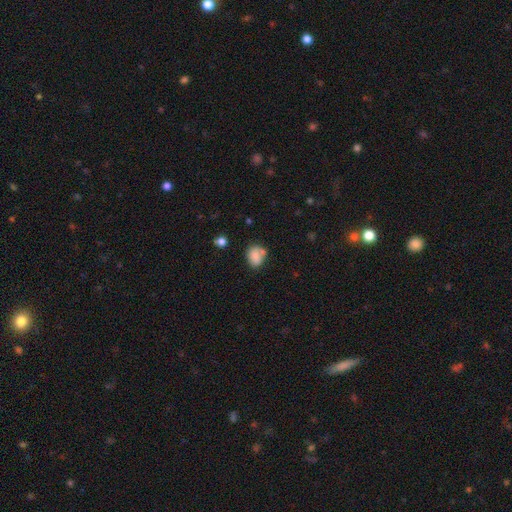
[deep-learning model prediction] smooth_or_featured: smooth (p=0.79) [alt: featured or disk p=0.12]
how_rounded: in between (p=0.53) [alt: round p=0.46]
merging: none (p=0.52) [alt: minor disturbance p=0.22]